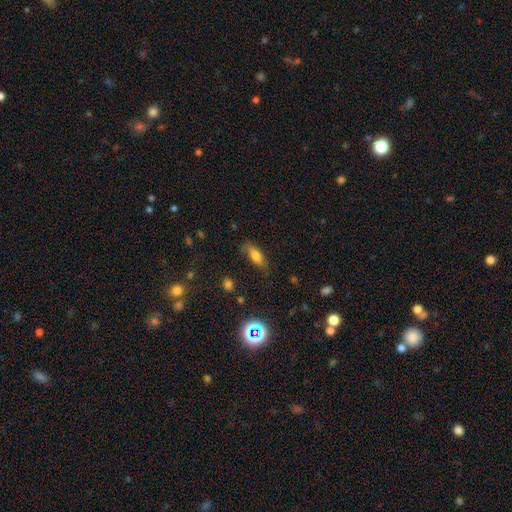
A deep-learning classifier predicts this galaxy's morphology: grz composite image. It shows a smooth galaxy with no disk features (71%) that is in between round and cigar-shaped (71%). Merging: none (67%).